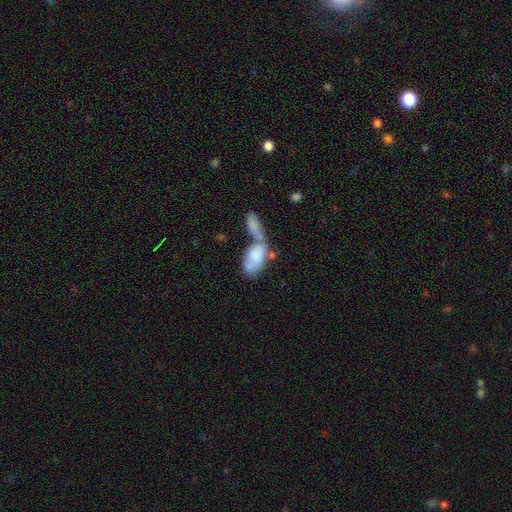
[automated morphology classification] Smooth or featured: smooth — 75% (featured or disk — 19%)
How rounded: in between — 91% (round — 5%)
Merging: merger — 62% (none — 19%)